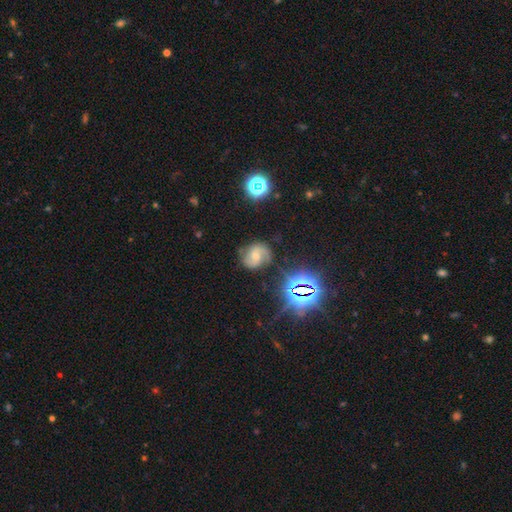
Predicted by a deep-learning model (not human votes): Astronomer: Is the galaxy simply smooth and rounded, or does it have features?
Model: featured or disk — 72%.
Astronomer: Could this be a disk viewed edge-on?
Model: no — 97%.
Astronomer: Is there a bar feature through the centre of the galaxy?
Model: no — 52% (runner-up: weak, 37%).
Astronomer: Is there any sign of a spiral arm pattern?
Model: yes — 95%.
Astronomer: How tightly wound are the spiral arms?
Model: medium — 51% (runner-up: tight, 27%).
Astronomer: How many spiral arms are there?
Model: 2 — 85%.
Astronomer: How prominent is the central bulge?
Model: small — 48% (runner-up: moderate, 45%).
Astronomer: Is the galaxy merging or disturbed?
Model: none — 73%.